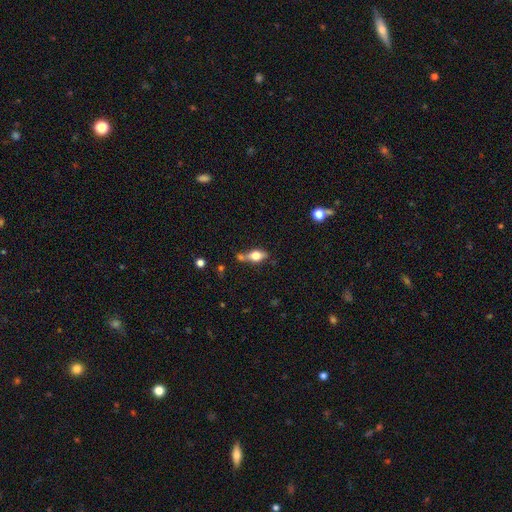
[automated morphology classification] Smooth or featured?
  - smooth: 58% *
  - featured or disk: 33%
  - star or artifact: 9%
How rounded?
  - in between: 75% *
  - cigar-shaped: 15%
  - round: 10%
Merging?
  - none: 56% *
  - merger: 19%
  - minor disturbance: 19%
  - major disturbance: 6%